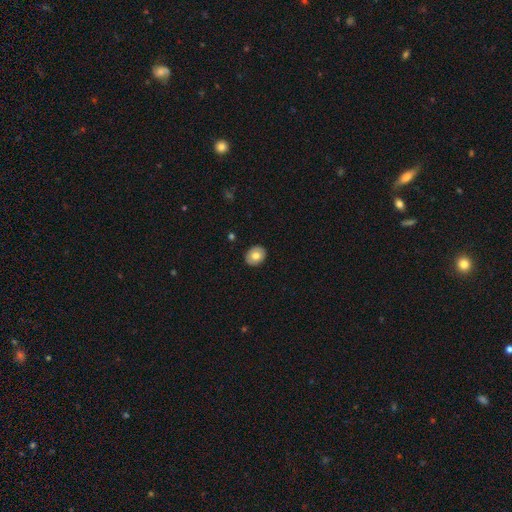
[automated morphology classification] A smooth galaxy with no disk features (73%) that is round (53%).

Vote fractions:
- Smooth or featured? smooth: 73% / featured or disk: 19% / star or artifact: 7%
- How rounded? round: 53% / in between: 46% / cigar-shaped: 1%
- Merging? none: 90% / minor disturbance: 7% / major disturbance: 2% / merger: 1%